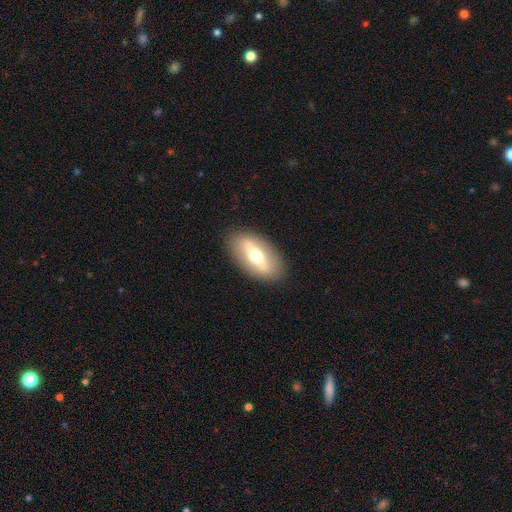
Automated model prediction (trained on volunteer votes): The model was most divided on "smooth or featured": smooth: 48%, featured or disk: 45%, star or artifact: 7%. More confident: merging — none (87%).